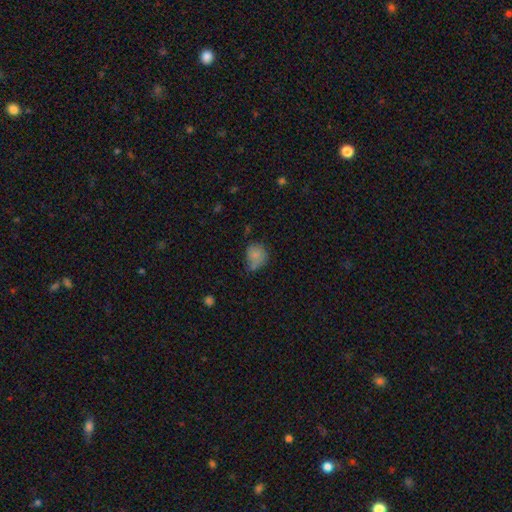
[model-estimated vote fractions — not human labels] This is likely a smooth galaxy (75%). How rounded: likely round (65%). Merging: marginally none (44%).